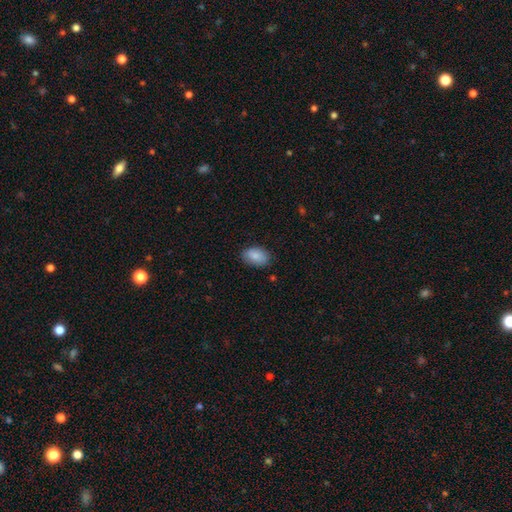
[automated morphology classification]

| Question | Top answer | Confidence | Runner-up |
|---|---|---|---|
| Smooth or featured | smooth | 87% | star or artifact (7%) |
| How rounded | in between | 89% | round (10%) |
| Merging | none | 82% | minor disturbance (14%) |